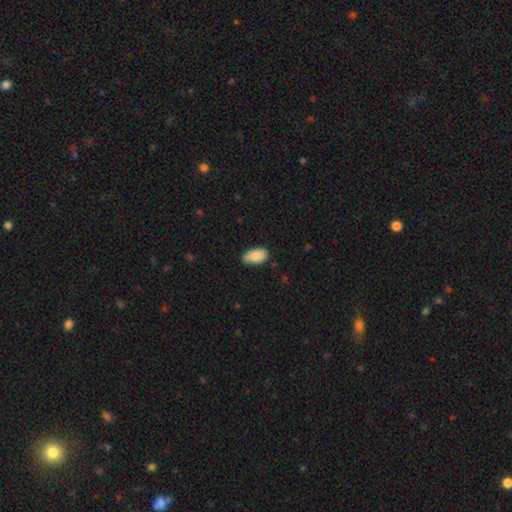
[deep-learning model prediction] Overall: smooth (86%). How rounded: in between (95%). Merging: none (79%).